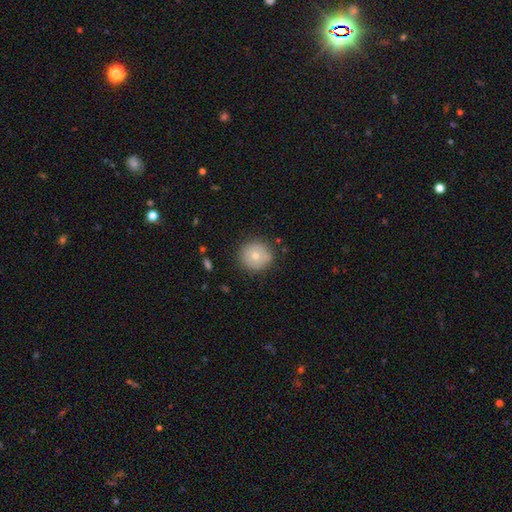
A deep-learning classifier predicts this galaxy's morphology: type=smooth (71%); roundness=round (93%); merging=none (84%).